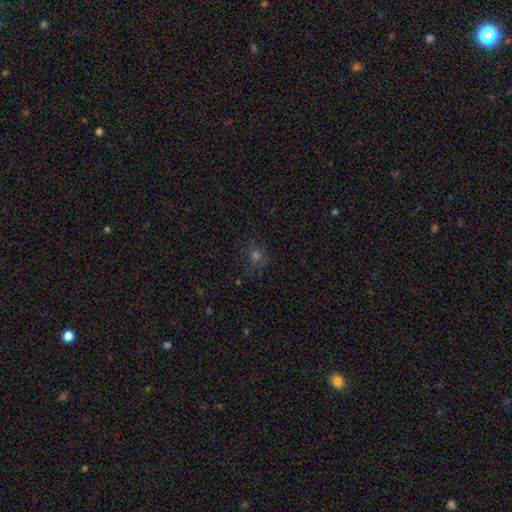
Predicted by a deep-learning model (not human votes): This is possibly a smooth galaxy (55%). How rounded: clearly round (81%). Merging: likely none (76%).